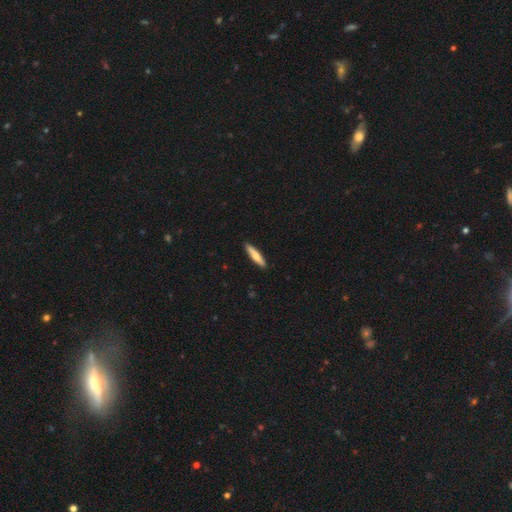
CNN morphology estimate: smooth_or_featured: smooth (p=0.69) [alt: featured or disk p=0.26]
how_rounded: cigar-shaped (p=0.86) [alt: in between p=0.13]
merging: none (p=0.91) [alt: minor disturbance p=0.07]